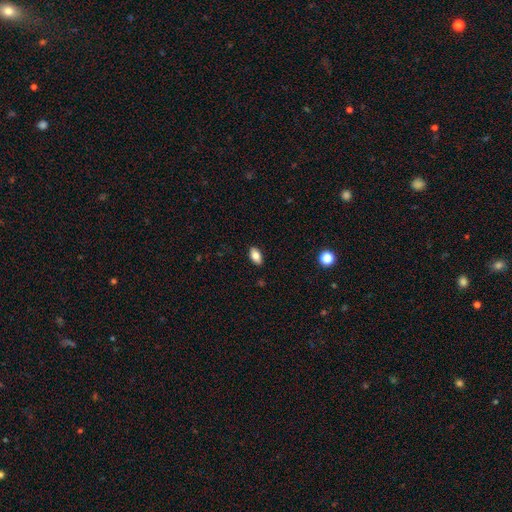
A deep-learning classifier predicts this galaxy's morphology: A smooth galaxy with no disk features (82%) that is in between round and cigar-shaped (91%).

Vote fractions:
- Smooth or featured? smooth: 82% / featured or disk: 9% / star or artifact: 8%
- How rounded? in between: 91% / round: 6% / cigar-shaped: 3%
- Merging? none: 88% / minor disturbance: 9% / major disturbance: 2% / merger: 1%